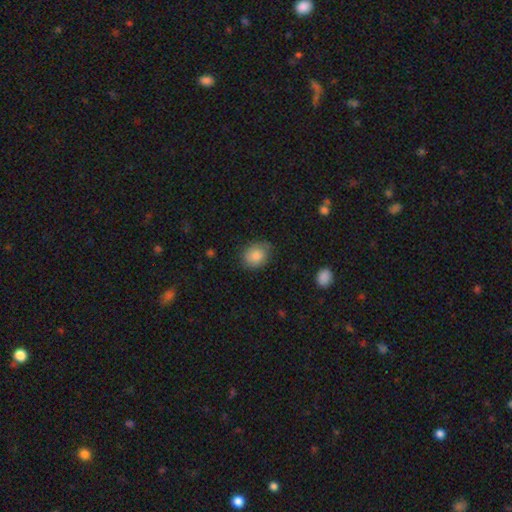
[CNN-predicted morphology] Smooth or featured: smooth — 83% (star or artifact — 9%)
How rounded: round — 61% (in between — 38%)
Merging: none — 74% (minor disturbance — 20%)